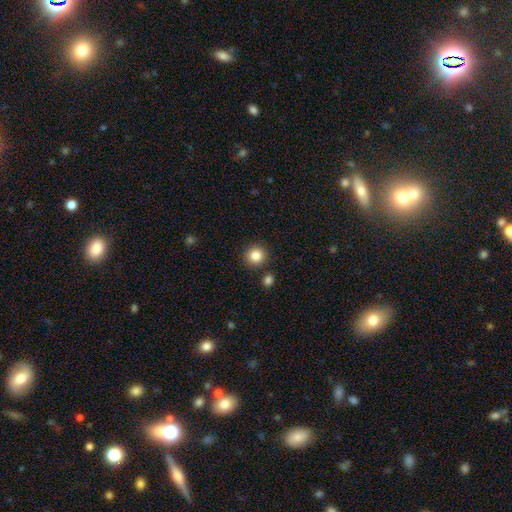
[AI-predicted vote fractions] Smooth or featured: smooth — 85% (star or artifact — 10%)
How rounded: round — 92% (in between — 7%)
Merging: none — 88% (minor disturbance — 6%)